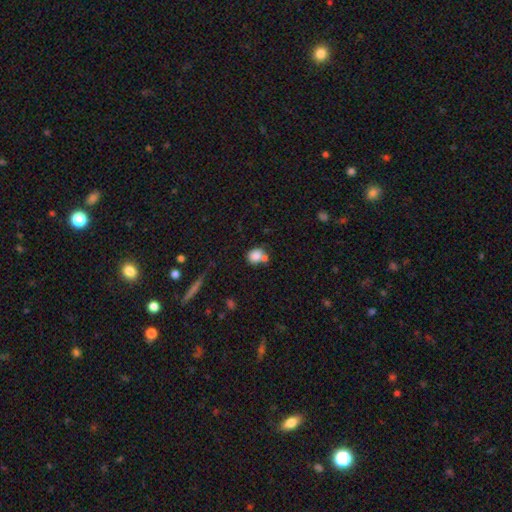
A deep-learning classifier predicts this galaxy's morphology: This is clearly a smooth galaxy (82%). How rounded: likely round (69%). Merging: possibly none (46%).